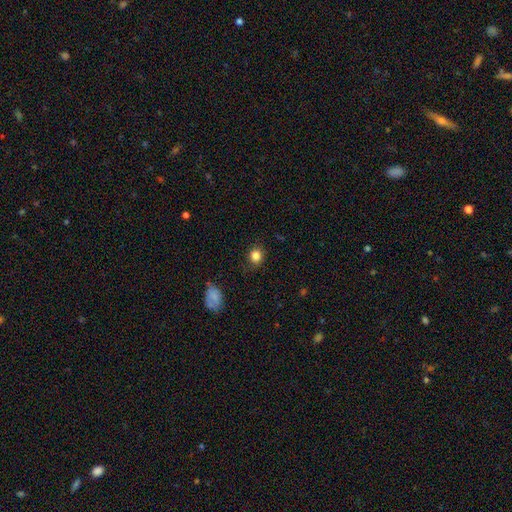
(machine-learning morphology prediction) Q: Smooth or featured?
A: smooth (84%); runner-up: star or artifact (11%)
Q: How rounded?
A: round (76%); runner-up: in between (23%)
Q: Merging?
A: none (83%); runner-up: minor disturbance (13%)